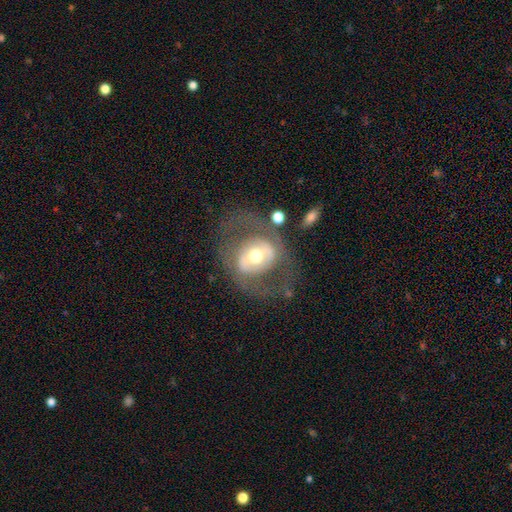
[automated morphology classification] smooth_or_featured: featured or disk (p=0.66) [alt: smooth p=0.28]
disk_edge_on: no (p=0.94) [alt: yes p=0.06]
bar: no (p=0.44) [alt: weak p=0.31]
has_spiral_arms: no (p=0.58) [alt: yes p=0.42]
bulge_size: moderate (p=0.68) [alt: small p=0.16]
merging: none (p=0.62) [alt: major disturbance p=0.19]